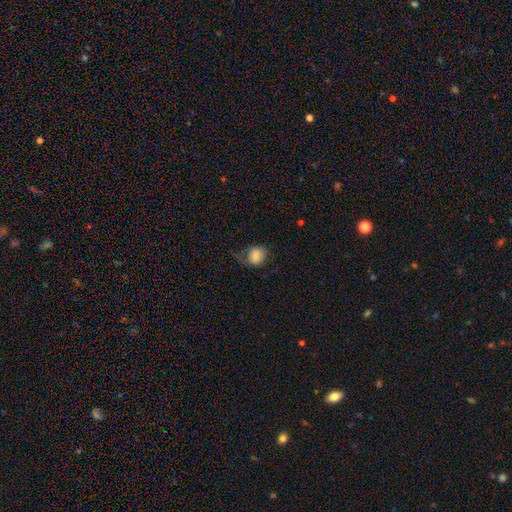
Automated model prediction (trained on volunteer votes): The model was most divided on "merging": none: 53%, minor disturbance: 27%, major disturbance: 19%, merger: 2%. More confident: smooth or featured — smooth (81%); how rounded — round (64%).